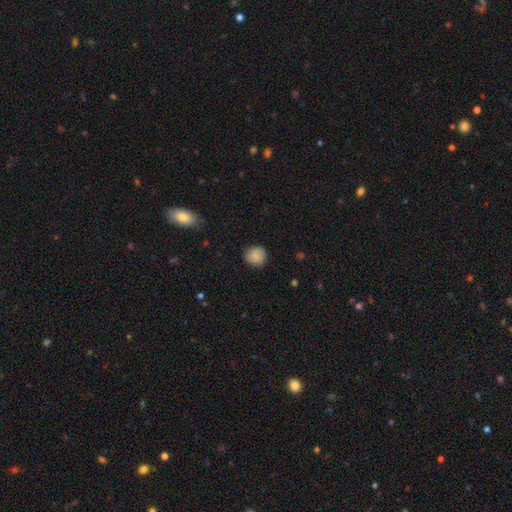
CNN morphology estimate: smooth_or_featured: smooth (p=0.86) [alt: star or artifact p=0.08]
how_rounded: round (p=0.88) [alt: in between p=0.11]
merging: none (p=0.83) [alt: minor disturbance p=0.14]